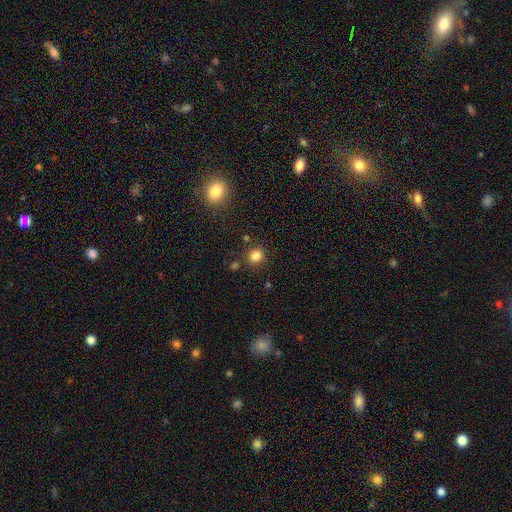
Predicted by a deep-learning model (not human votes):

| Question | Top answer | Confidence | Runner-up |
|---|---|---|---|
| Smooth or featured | smooth | 82% | star or artifact (14%) |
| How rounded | round | 83% | in between (16%) |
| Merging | none | 82% | minor disturbance (10%) |